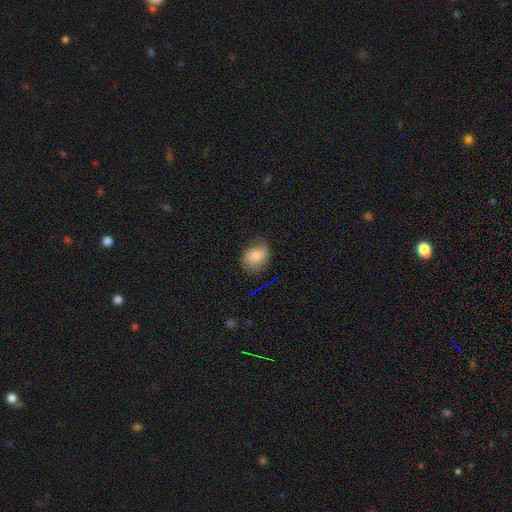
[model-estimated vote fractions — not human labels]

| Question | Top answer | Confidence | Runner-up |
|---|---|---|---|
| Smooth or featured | smooth | 76% | featured or disk (14%) |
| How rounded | in between | 56% | round (43%) |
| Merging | none | 67% | minor disturbance (25%) |